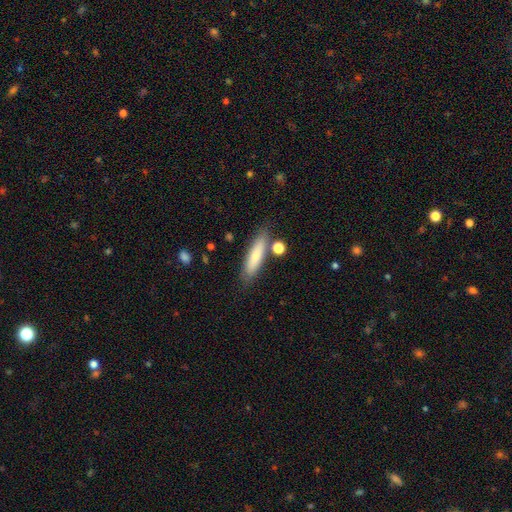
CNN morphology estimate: type=smooth (77%); roundness=cigar-shaped (74%); merging=none (78%).